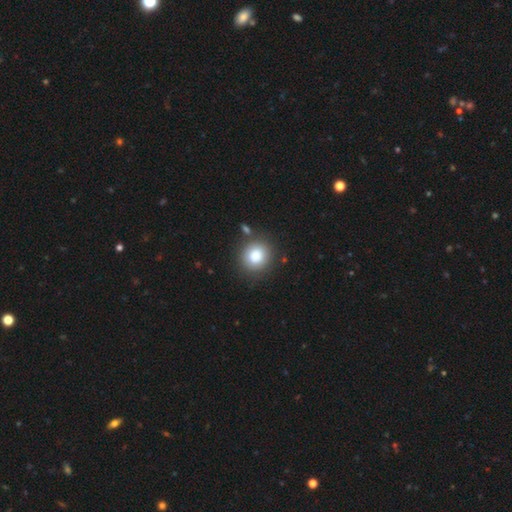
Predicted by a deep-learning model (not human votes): Smooth or featured: smooth — 85% (star or artifact — 8%)
How rounded: round — 85% (in between — 14%)
Merging: none — 80% (minor disturbance — 10%)